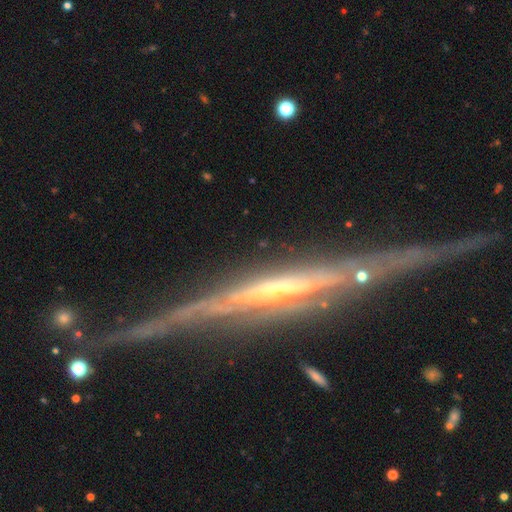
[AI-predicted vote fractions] featured or disk 89%, star or artifact 5%, smooth 5%. Down the decision tree: edge-on disk — yes (95%); edge-on bulge — rounded (41%); merging — none (73%).